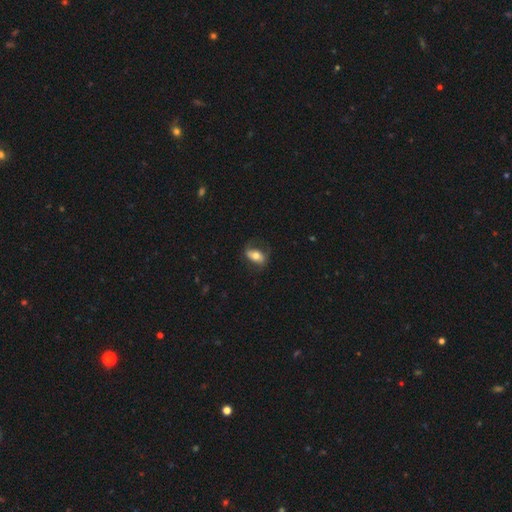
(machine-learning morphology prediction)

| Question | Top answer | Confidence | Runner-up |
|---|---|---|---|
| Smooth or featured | smooth | 57% | featured or disk (35%) |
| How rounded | in between | 84% | round (10%) |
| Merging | none | 63% | minor disturbance (22%) |